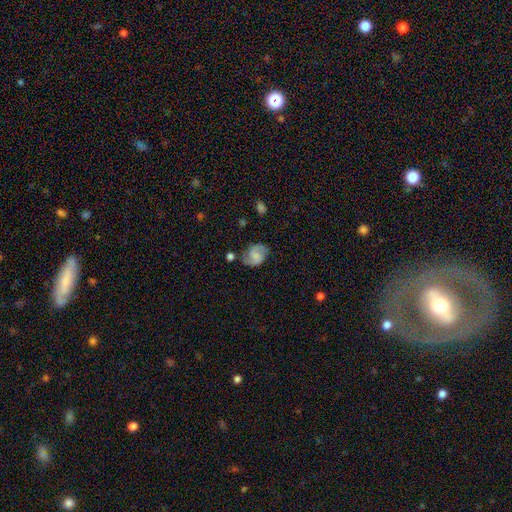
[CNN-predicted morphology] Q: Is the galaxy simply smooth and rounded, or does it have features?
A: featured or disk — 75%.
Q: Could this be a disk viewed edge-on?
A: no — 98%.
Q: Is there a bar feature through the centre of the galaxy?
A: no — 46%.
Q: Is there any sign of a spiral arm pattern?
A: yes — 95%.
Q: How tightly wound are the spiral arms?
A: medium — 53%.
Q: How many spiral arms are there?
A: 2 — 90%.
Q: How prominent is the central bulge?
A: small — 36%.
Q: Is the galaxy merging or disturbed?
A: none — 72%.